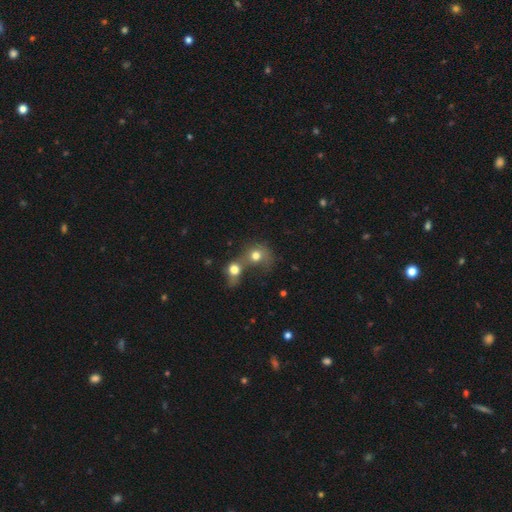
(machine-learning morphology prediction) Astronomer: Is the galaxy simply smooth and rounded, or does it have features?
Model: smooth — 71%.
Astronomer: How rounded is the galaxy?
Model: round — 70%.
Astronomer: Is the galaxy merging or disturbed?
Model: merger — 70%.